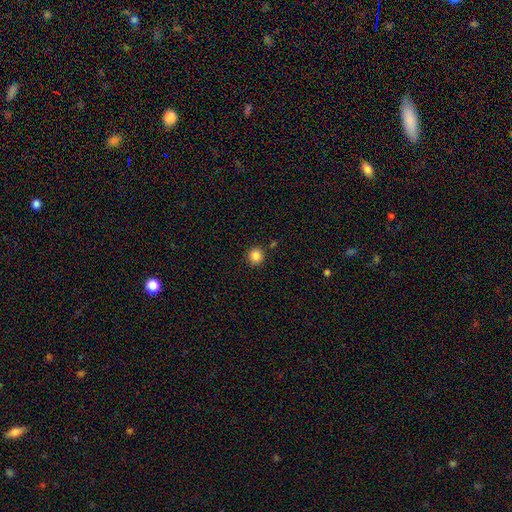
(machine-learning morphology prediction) A smooth galaxy with no disk features (86%) that is round (95%). Merging: none (89%).